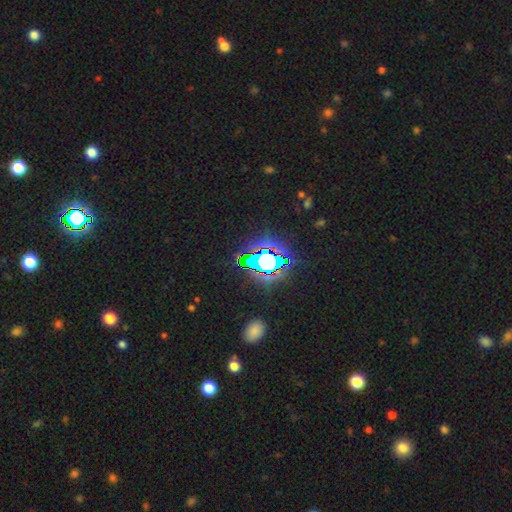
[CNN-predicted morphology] The model was most divided on "smooth or featured": star or artifact: 82%, smooth: 10%, featured or disk: 7%.